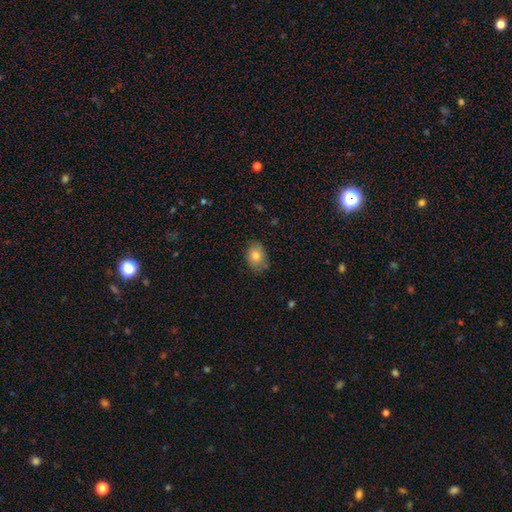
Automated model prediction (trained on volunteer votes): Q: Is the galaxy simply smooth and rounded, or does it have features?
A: smooth — 80%.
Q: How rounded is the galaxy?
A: in between — 65%.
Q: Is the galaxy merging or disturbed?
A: none — 77%.